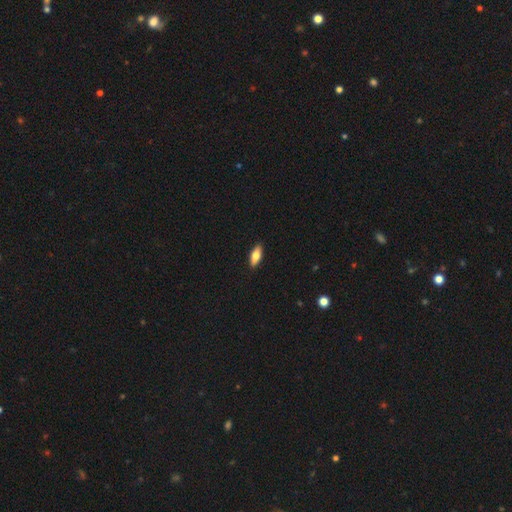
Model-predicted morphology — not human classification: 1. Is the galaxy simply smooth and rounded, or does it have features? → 71% smooth, 23% featured or disk, 6% star or artifact.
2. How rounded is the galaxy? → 74% in between, 23% cigar-shaped, 3% round.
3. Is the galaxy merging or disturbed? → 90% none, 8% minor disturbance, 2% major disturbance, 1% merger.